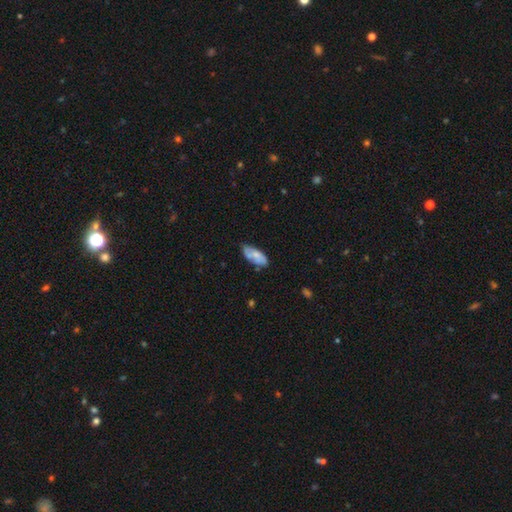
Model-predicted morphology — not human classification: Smooth or featured?
  - smooth: 64% *
  - featured or disk: 29%
  - star or artifact: 6%
How rounded?
  - in between: 84% *
  - cigar-shaped: 14%
  - round: 2%
Merging?
  - none: 60% *
  - minor disturbance: 28%
  - major disturbance: 6%
  - merger: 5%